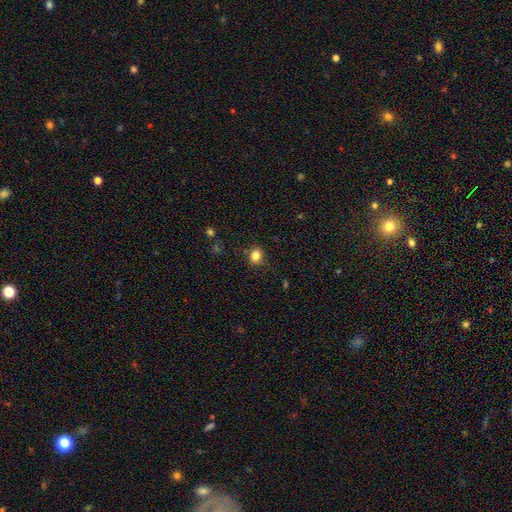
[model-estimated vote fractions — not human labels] A smooth galaxy with no disk features (83%) that is round (73%).

Vote fractions:
- Smooth or featured? smooth: 83% / star or artifact: 12% / featured or disk: 5%
- How rounded? round: 73% / in between: 26% / cigar-shaped: 1%
- Merging? none: 85% / minor disturbance: 11% / major disturbance: 3% / merger: 1%